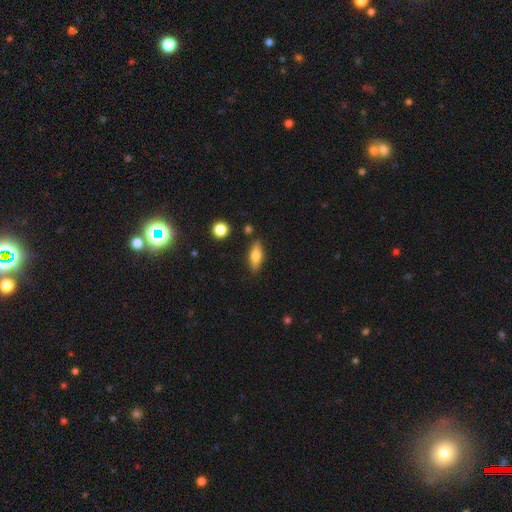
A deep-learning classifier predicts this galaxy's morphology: Smooth or featured? smooth (59%)
How rounded? in between (55%)
Merging? none (84%)